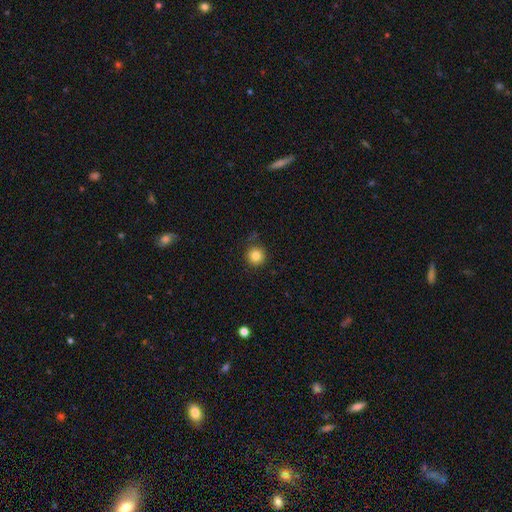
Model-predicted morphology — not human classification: Overall: smooth (83%). How rounded: round (94%). Merging: none (85%).